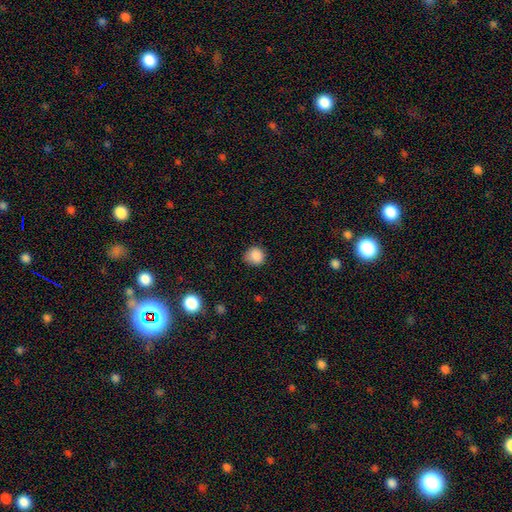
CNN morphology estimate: This appears to be a smooth galaxy with no disk features (87%) that is round (86%). Merging: none (78%).